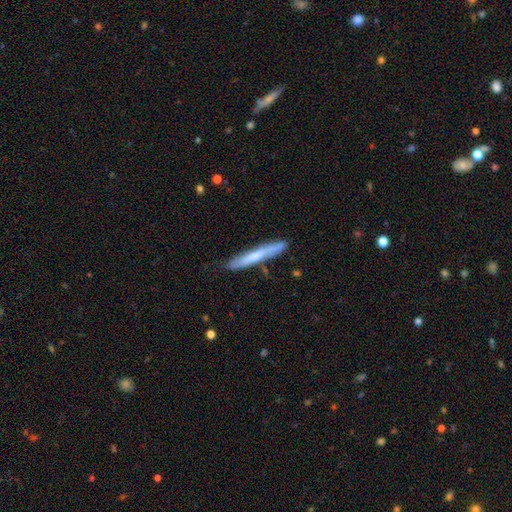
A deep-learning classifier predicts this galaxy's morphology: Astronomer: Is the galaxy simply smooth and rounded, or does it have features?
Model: smooth — 56% (runner-up: featured or disk, 38%).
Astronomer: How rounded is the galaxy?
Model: cigar-shaped — 96%.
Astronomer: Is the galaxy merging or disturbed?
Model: none — 78%.